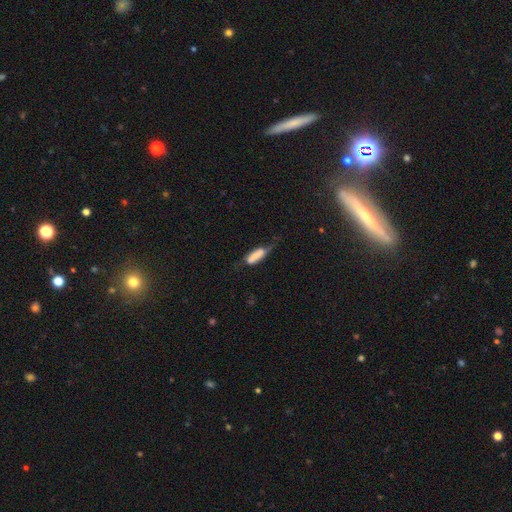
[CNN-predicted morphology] This appears to be a smooth galaxy with no disk features (65%) that is in between round and cigar-shaped (54%). Merging: minor disturbance (35%).